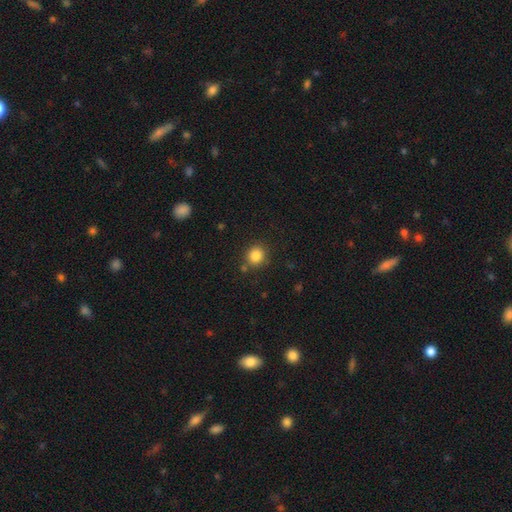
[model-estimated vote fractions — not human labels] smooth-or-featured: smooth: 84% | star or artifact: 11% | featured or disk: 5%
  how-rounded: round: 90% | in between: 9% | cigar-shaped: 1%
  merging: none: 83% | minor disturbance: 9% | merger: 5% | major disturbance: 3%